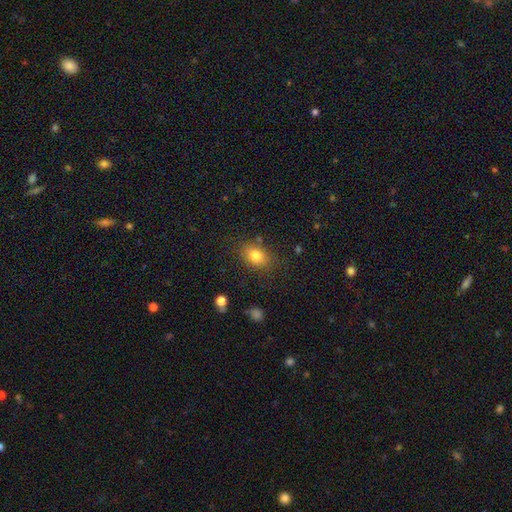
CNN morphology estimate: Smooth or featured? Predicted: smooth (p=0.81). How rounded? Predicted: in between (p=0.71). Merging? Predicted: none (p=0.77).